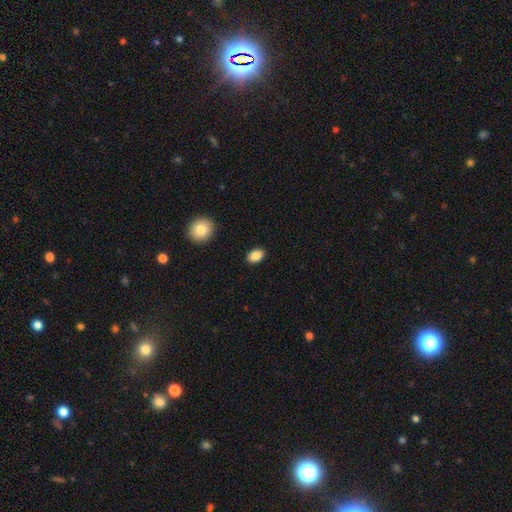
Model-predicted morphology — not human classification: Smooth or featured: smooth — 87% (star or artifact — 8%)
How rounded: in between — 84% (round — 14%)
Merging: none — 89% (minor disturbance — 7%)